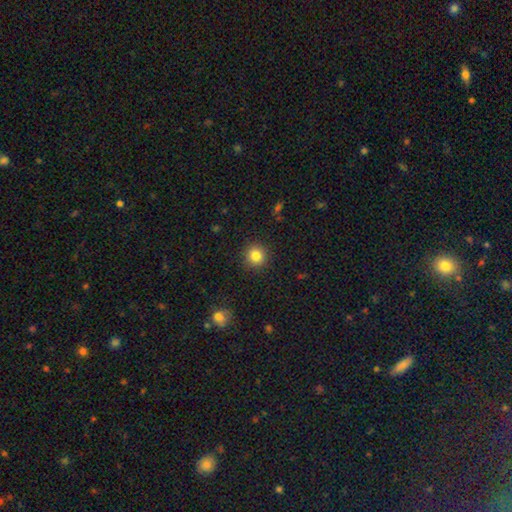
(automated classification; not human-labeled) A smooth galaxy with no disk features (83%) that is round (92%).

Vote fractions:
- Smooth or featured? smooth: 83% / star or artifact: 11% / featured or disk: 6%
- How rounded? round: 92% / in between: 7% / cigar-shaped: 1%
- Merging? none: 91% / minor disturbance: 6% / major disturbance: 2% / merger: 1%